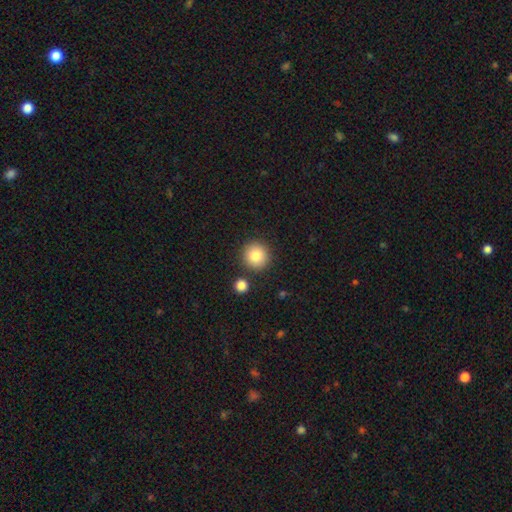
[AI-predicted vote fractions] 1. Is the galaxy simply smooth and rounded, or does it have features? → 83% smooth, 10% star or artifact, 7% featured or disk.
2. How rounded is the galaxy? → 94% round, 5% in between, 1% cigar-shaped.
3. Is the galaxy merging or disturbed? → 85% none, 7% minor disturbance, 6% merger, 2% major disturbance.